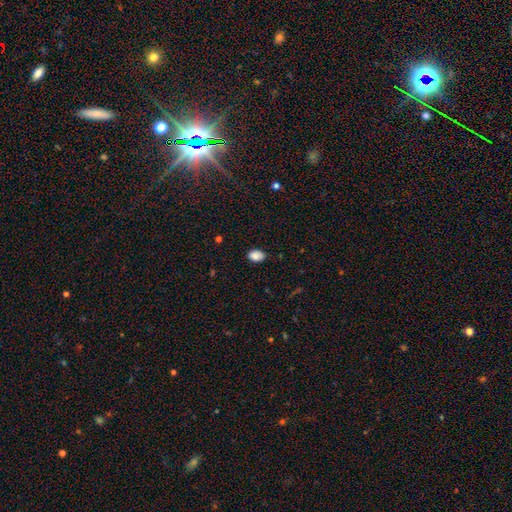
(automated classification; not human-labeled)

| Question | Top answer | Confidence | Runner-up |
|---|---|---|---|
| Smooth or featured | smooth | 88% | star or artifact (8%) |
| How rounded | in between | 85% | round (14%) |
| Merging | none | 83% | minor disturbance (13%) |